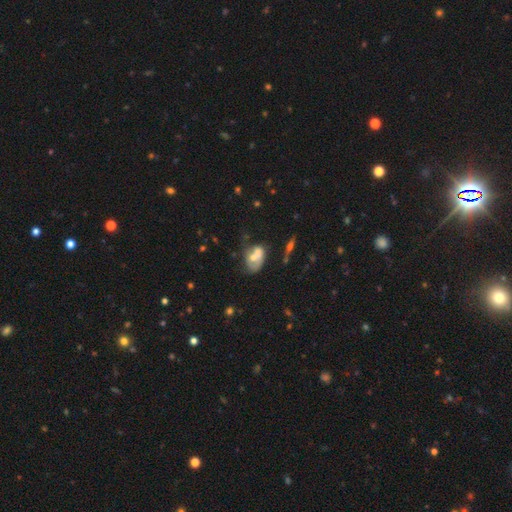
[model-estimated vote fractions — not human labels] Smooth or featured? smooth (53%)
How rounded? in between (79%)
Merging? merger (41%)